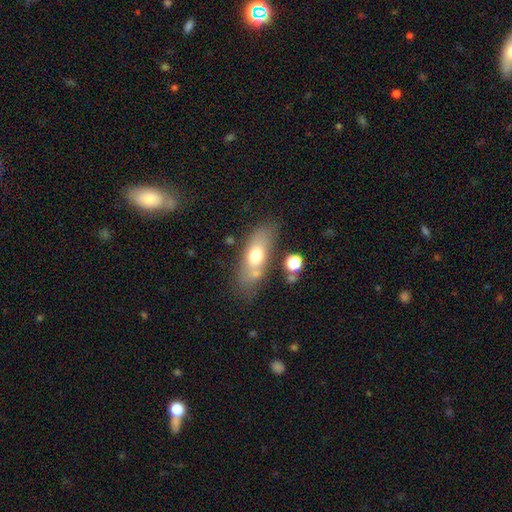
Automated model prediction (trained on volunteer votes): smooth 63%, featured or disk 30%, star or artifact 8%. Down the decision tree: how rounded — in between (73%); merging — none (67%).